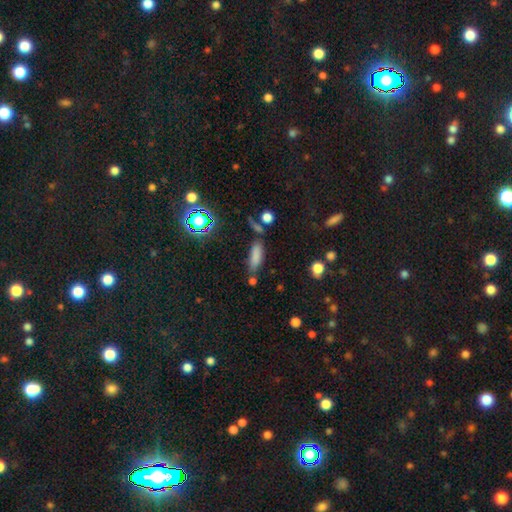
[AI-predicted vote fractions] Smooth or featured? Predicted: smooth (p=0.77). How rounded? Predicted: in between (p=0.57). Merging? Predicted: none (p=0.62).